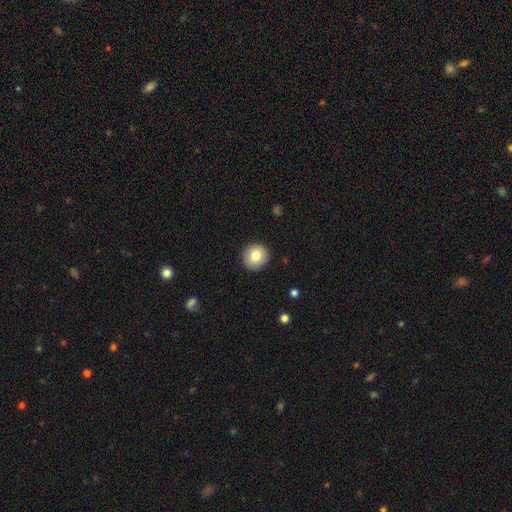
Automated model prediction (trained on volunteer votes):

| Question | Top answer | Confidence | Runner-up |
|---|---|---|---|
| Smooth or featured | smooth | 81% | featured or disk (10%) |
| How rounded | round | 93% | in between (6%) |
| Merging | none | 91% | minor disturbance (6%) |